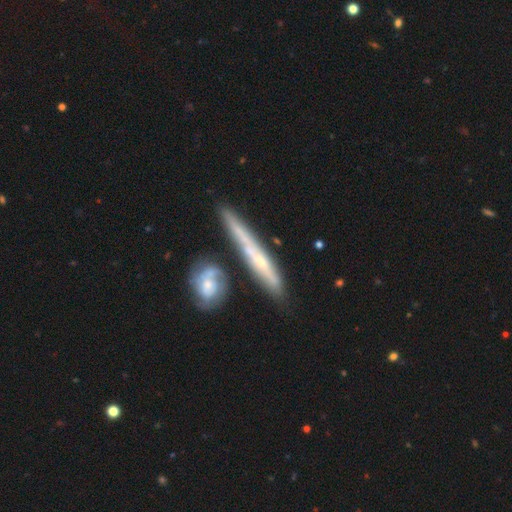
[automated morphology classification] Overall: featured or disk (63%; smooth 30%). Edge-on disk: yes (80%). Edge-on bulge: none (57%; rounded 38%). Merging: none (64%).